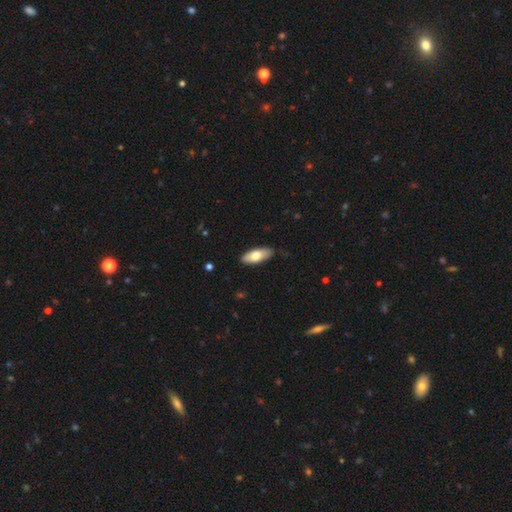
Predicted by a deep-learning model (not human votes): Smooth or featured? Predicted: smooth (p=0.73). How rounded? Predicted: in between (p=0.80). Merging? Predicted: none (p=0.84).